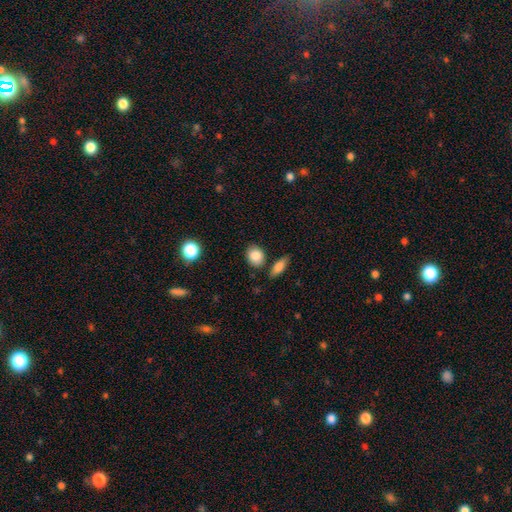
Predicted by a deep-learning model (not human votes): Smooth or featured?
  - smooth: 86% *
  - star or artifact: 8%
  - featured or disk: 6%
How rounded?
  - round: 52% *
  - in between: 47%
  - cigar-shaped: 2%
Merging?
  - none: 79% *
  - minor disturbance: 12%
  - merger: 7%
  - major disturbance: 3%